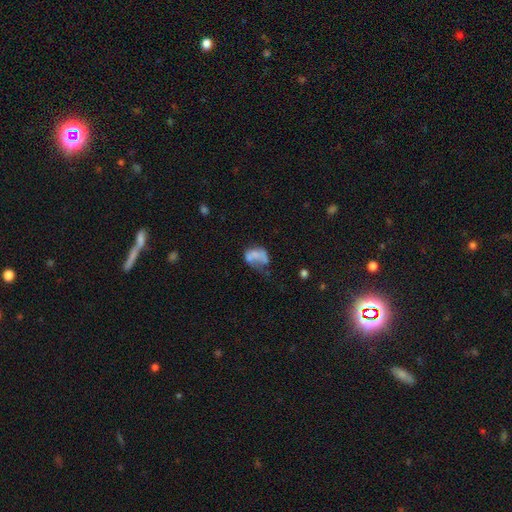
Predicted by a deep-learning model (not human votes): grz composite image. It shows a smooth galaxy with no disk features (45%). Merging: major disturbance (40%).